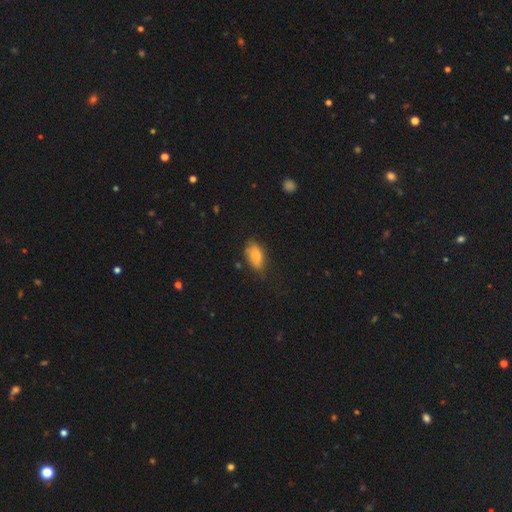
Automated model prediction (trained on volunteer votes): A smooth galaxy with no disk features (80%) that is in between round and cigar-shaped (91%). Merging: none (65%).